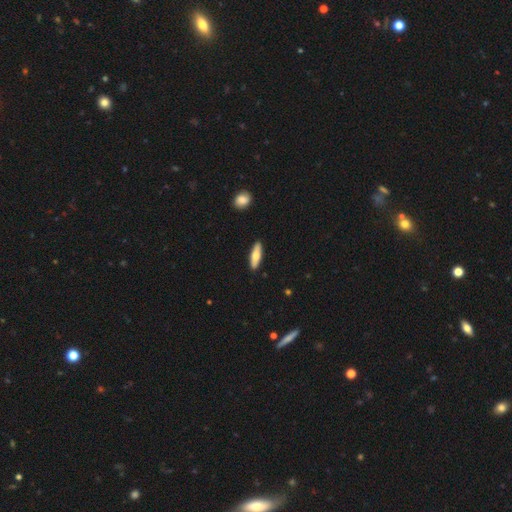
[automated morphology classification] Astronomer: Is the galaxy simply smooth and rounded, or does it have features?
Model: smooth — 64%.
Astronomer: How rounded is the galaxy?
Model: cigar-shaped — 58% (runner-up: in between, 40%).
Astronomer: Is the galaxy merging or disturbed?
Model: none — 90%.